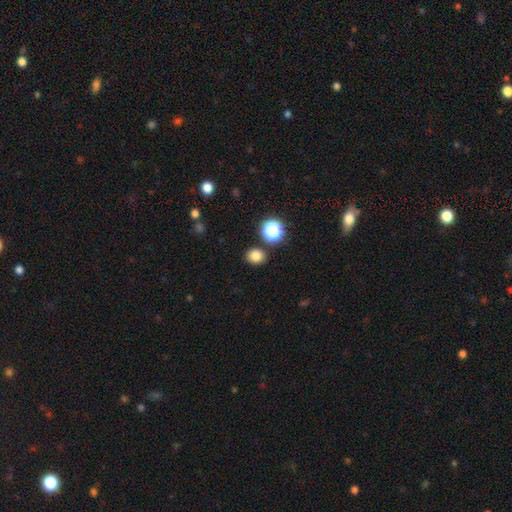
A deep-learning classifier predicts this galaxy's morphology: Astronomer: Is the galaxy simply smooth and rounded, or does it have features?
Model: smooth — 81%.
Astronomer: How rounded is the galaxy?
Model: round — 63%.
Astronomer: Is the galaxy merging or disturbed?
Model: none — 86%.